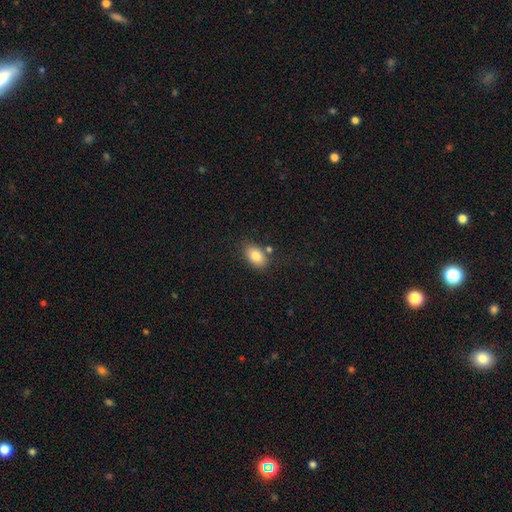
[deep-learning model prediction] A smooth galaxy with no disk features (83%) that is in between round and cigar-shaped (88%). Merging: none (77%).